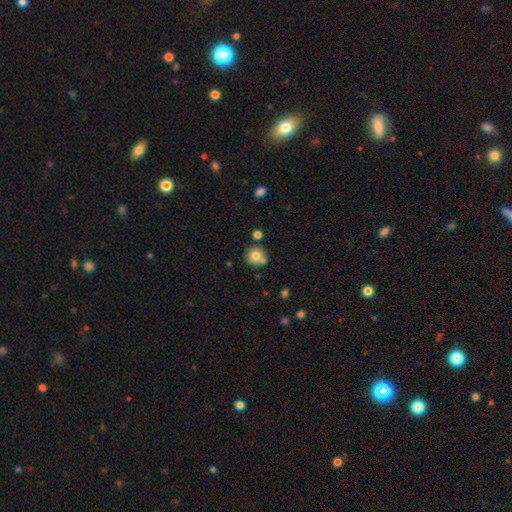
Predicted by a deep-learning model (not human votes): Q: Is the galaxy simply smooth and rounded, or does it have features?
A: smooth — 77%.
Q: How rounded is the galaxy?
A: round — 91%.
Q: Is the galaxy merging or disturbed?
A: none — 69%.